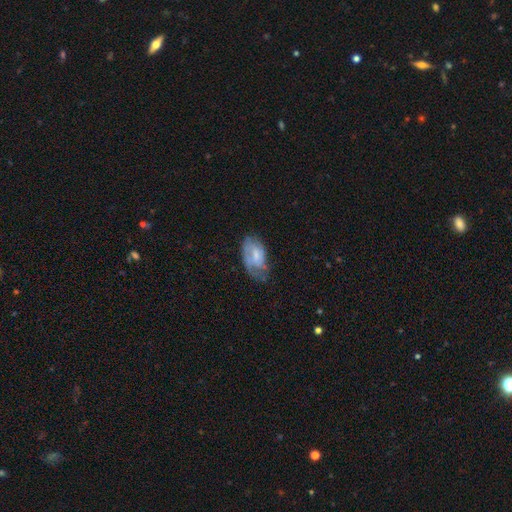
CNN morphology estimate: The model was most divided on "merging": none: 38%, minor disturbance: 35%, major disturbance: 25%, merger: 2%. Remaining: smooth or featured — featured or disk (50%).